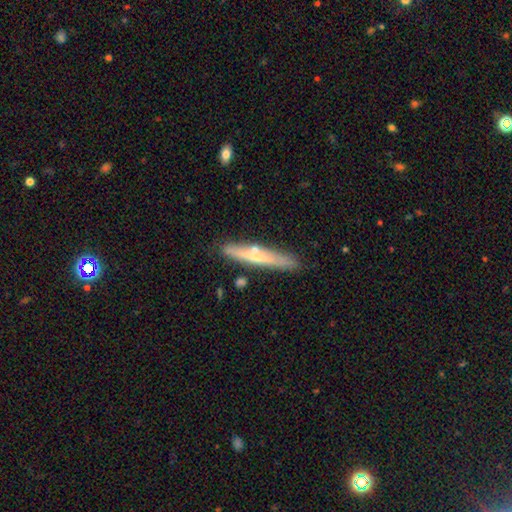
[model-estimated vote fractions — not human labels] Smooth or featured? smooth (48%)
Merging? none (80%)